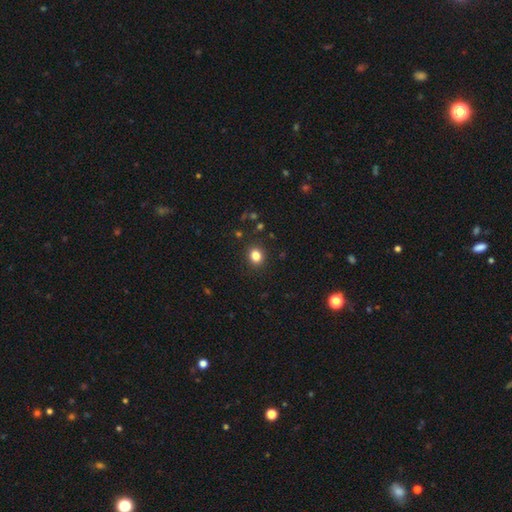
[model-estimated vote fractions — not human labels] A smooth galaxy with no disk features (83%) that is round (73%). Merging: none (90%).